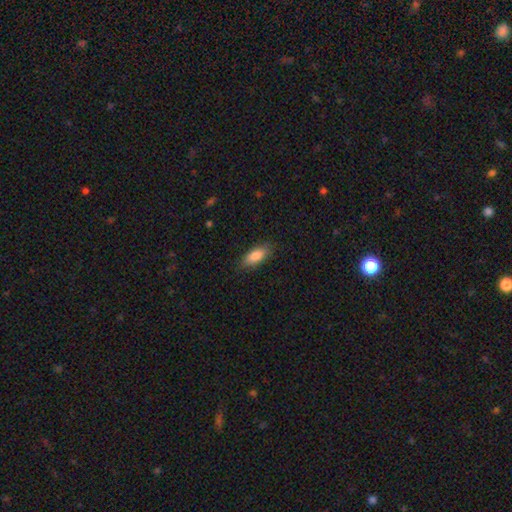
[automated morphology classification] Smooth or featured? Predicted: smooth (p=0.84). How rounded? Predicted: in between (p=0.77). Merging? Predicted: none (p=0.82).